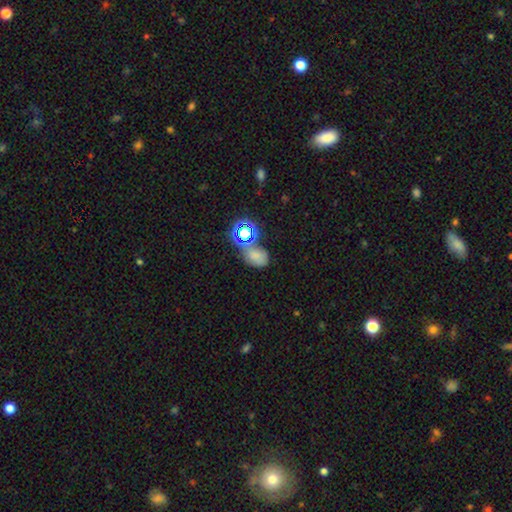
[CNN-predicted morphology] Smooth or featured: smooth — 58% (star or artifact — 30%)
How rounded: in between — 68% (round — 30%)
Merging: none — 45% (merger — 27%)